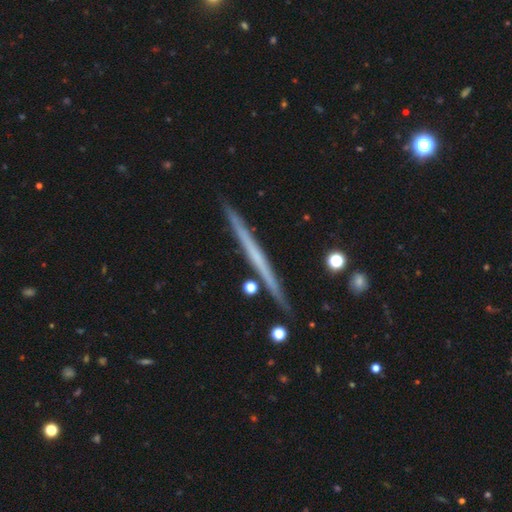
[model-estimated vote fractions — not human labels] featured or disk 62%, smooth 32%, star or artifact 6%. Down the decision tree: edge-on disk — yes (98%); edge-on bulge — none (89%); merging — none (90%).